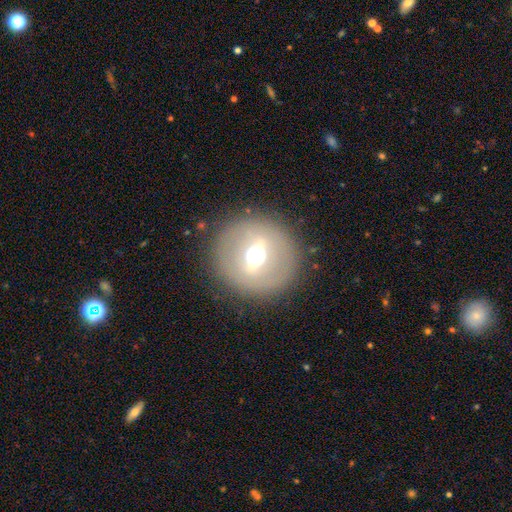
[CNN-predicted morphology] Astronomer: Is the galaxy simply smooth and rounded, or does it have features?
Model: featured or disk — 51% (runner-up: smooth, 38%).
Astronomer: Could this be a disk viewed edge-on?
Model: no — 83%.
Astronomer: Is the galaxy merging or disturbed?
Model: none — 86%.